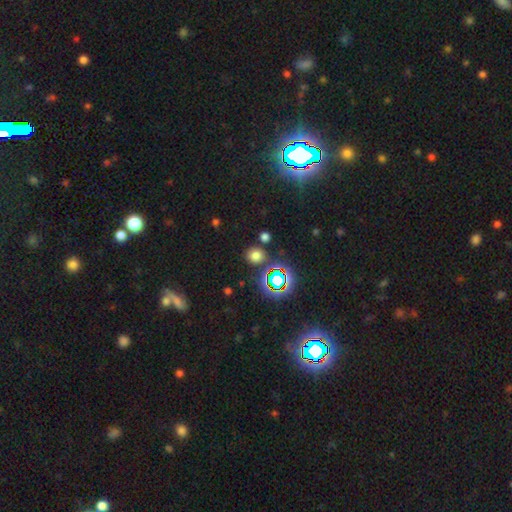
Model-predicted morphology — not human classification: This is likely a smooth galaxy (68%). How rounded: clearly round (81%). Merging: clearly none (81%).